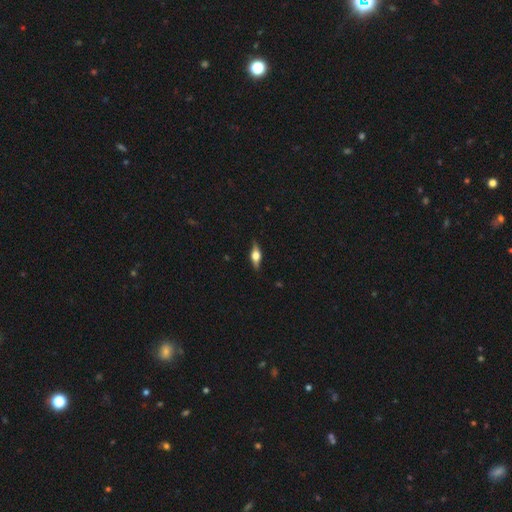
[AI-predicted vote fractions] Smooth or featured? featured or disk (66%)
Edge-on disk? yes (95%)
Edge-on bulge? rounded (93%)
Merging? none (87%)